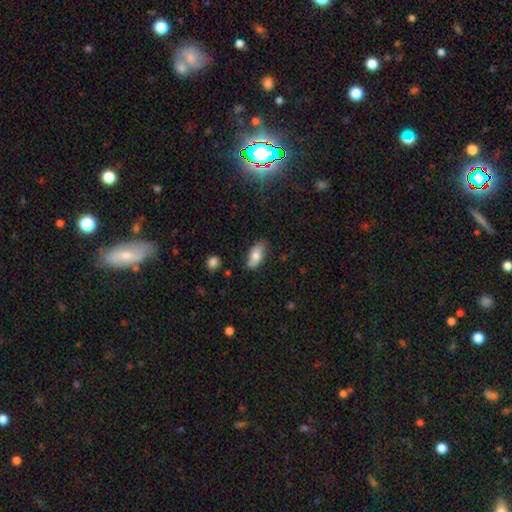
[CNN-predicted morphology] Smooth or featured? smooth (71%)
How rounded? in between (87%)
Merging? none (75%)